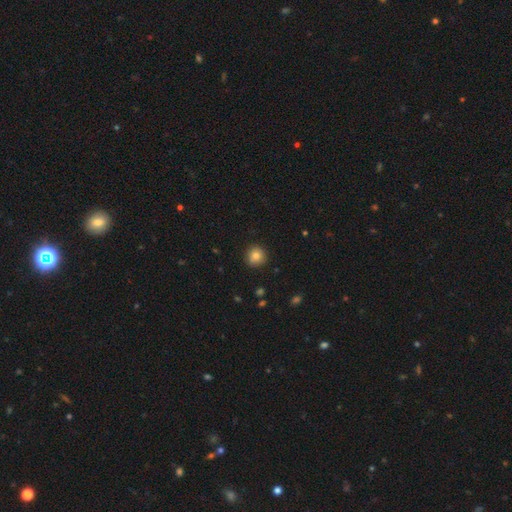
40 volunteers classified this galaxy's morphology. Smooth or featured? 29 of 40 (72%) said smooth. How rounded? 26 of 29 (90%) said round. Merging? 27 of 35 (77%) said none.